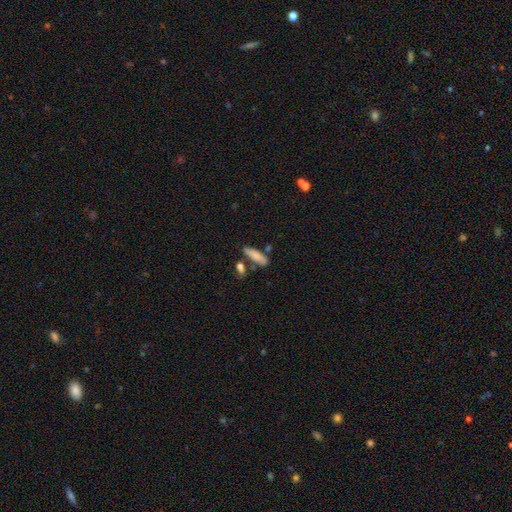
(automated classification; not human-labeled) Q: Smooth or featured?
A: smooth (81%); runner-up: featured or disk (13%)
Q: How rounded?
A: cigar-shaped (53%); runner-up: in between (44%)
Q: Merging?
A: none (66%); runner-up: minor disturbance (17%)